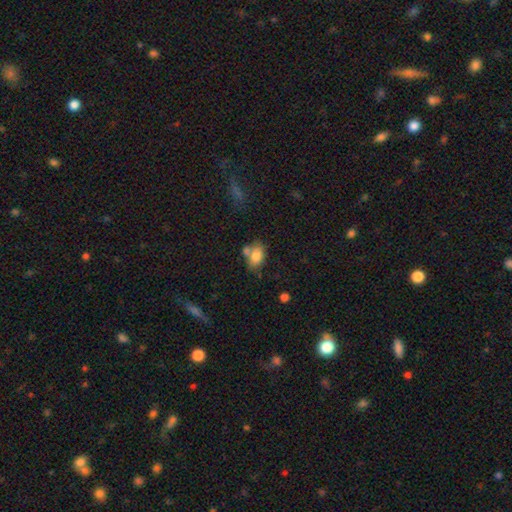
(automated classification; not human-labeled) The model was most divided on "merging": none: 50%, merger: 28%, minor disturbance: 17%, major disturbance: 5%. More confident: how rounded — in between (82%); smooth or featured — smooth (80%).